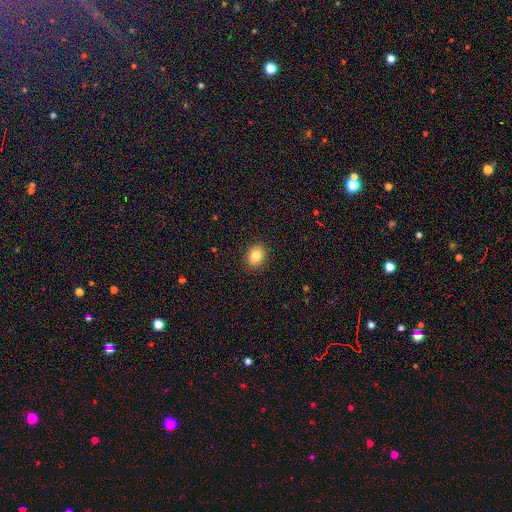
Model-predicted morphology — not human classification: The model was most divided on "how rounded": in between: 52%, round: 47%, cigar-shaped: 1%. More confident: merging — none (90%); smooth or featured — smooth (83%).